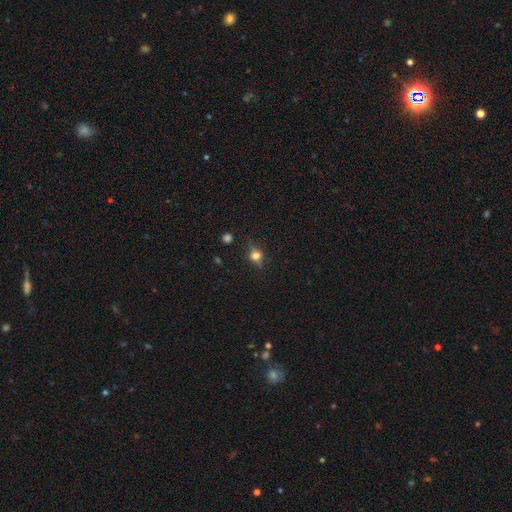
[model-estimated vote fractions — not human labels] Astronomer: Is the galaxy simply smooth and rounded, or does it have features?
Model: smooth — 48% (runner-up: featured or disk, 33%).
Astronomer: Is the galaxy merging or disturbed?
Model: none — 78%.